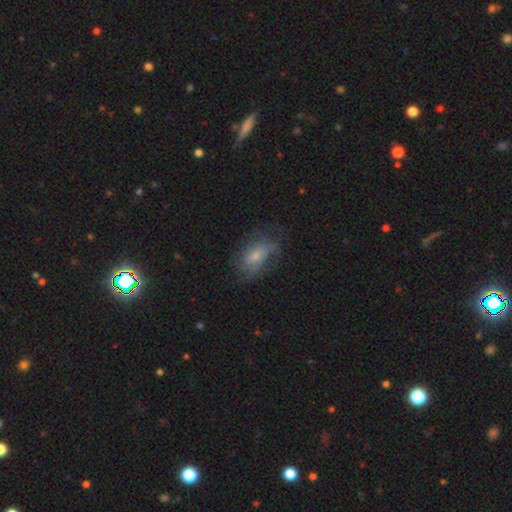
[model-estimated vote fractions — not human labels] A featured or disk galaxy (51%). Merging: none (59%).